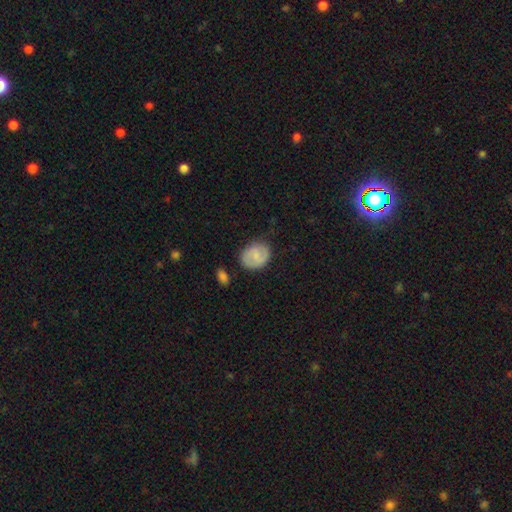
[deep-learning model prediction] smooth_or_featured: smooth (p=0.55) [alt: featured or disk p=0.38]
how_rounded: round (p=0.50) [alt: in between p=0.48]
merging: none (p=0.76) [alt: minor disturbance p=0.17]